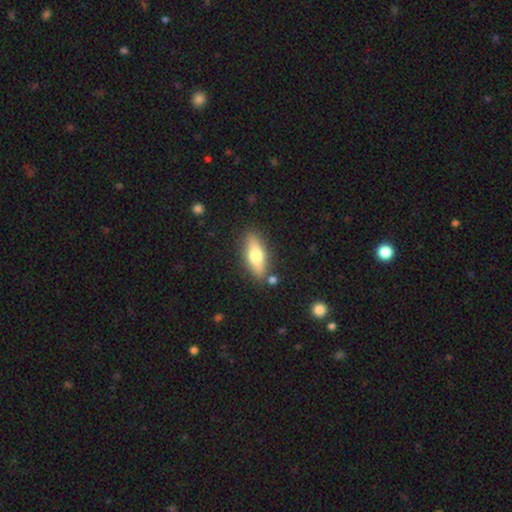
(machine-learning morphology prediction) The model was most divided on "how rounded": in between: 62%, cigar-shaped: 35%, round: 3%. More confident: merging — none (83%); smooth or featured — smooth (64%).